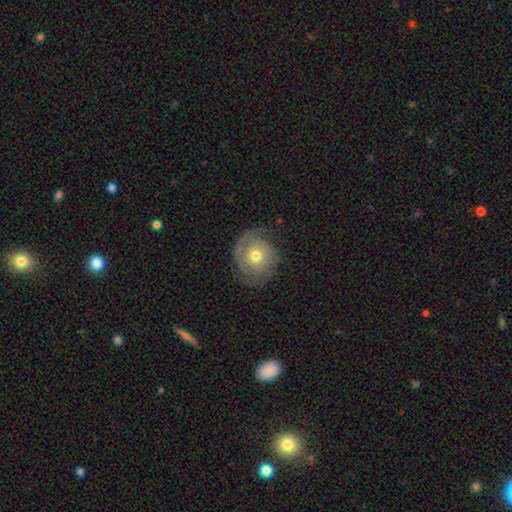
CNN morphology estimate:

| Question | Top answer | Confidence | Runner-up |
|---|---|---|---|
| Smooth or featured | featured or disk | 65% | smooth (29%) |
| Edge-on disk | no | 97% | yes (3%) |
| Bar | no | 83% | weak (14%) |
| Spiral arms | yes | 84% | no (16%) |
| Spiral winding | tight | 64% | medium (26%) |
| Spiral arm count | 2 | 54% | can't tell (23%) |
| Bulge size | moderate | 71% | small (22%) |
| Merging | none | 72% | minor disturbance (18%) |